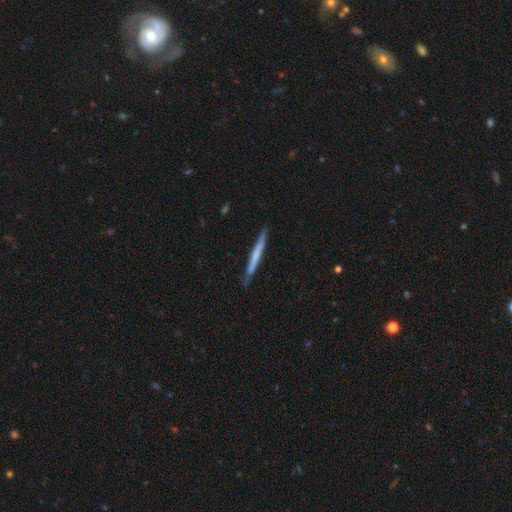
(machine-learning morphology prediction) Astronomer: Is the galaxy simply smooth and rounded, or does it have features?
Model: smooth — 50% (runner-up: featured or disk, 45%).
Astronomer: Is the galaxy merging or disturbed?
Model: none — 83%.